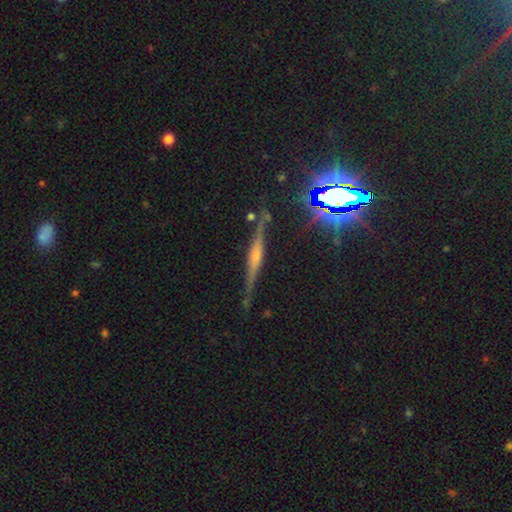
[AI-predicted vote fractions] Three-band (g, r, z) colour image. It shows a featured or disk galaxy (70%) viewed edge-on (96%) with a rounded central bulge (64%). Merging: none (83%).